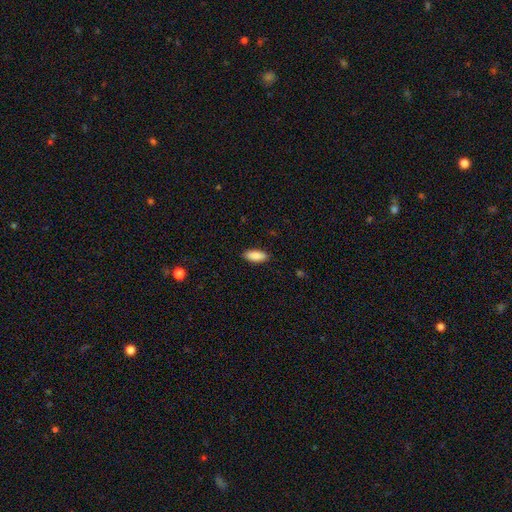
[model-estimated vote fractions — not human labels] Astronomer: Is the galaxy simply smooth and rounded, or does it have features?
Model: smooth — 89%.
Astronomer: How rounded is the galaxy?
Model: in between — 81%.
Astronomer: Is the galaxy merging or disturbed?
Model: none — 89%.